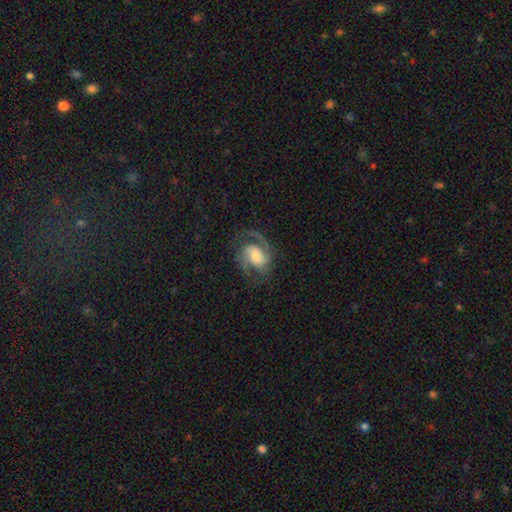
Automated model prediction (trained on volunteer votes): Smooth or featured?
  - featured or disk: 83% *
  - smooth: 11%
  - star or artifact: 6%
Edge-on disk?
  - no: 98% *
  - yes: 2%
Bar?
  - no: 52% *
  - weak: 36%
  - strong: 12%
Spiral arms?
  - yes: 96% *
  - no: 4%
Spiral winding?
  - medium: 53% *
  - tight: 26%
  - loose: 22%
Spiral arm count?
  - 2: 78% *
  - 3: 7%
  - can't tell: 6%
  - 1: 6%
  - 4: 2%
  - more than 4: 2%
Bulge size?
  - moderate: 48% *
  - small: 32%
  - large: 14%
  - none: 4%
  - dominant: 2%
Merging?
  - none: 69% *
  - minor disturbance: 16%
  - major disturbance: 13%
  - merger: 1%